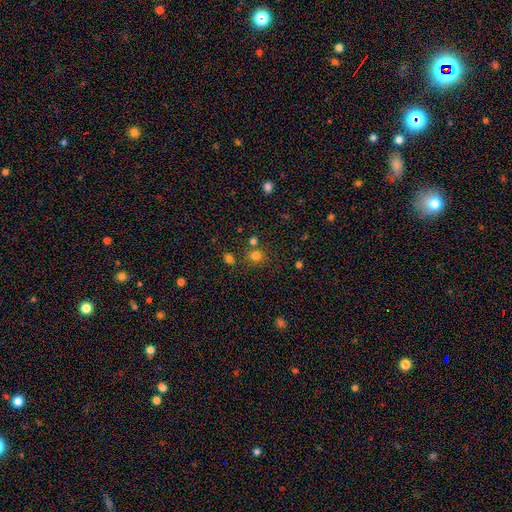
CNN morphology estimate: Smooth or featured? Predicted: smooth (p=0.77). How rounded? Predicted: round (p=0.78). Merging? Predicted: none (p=0.70).